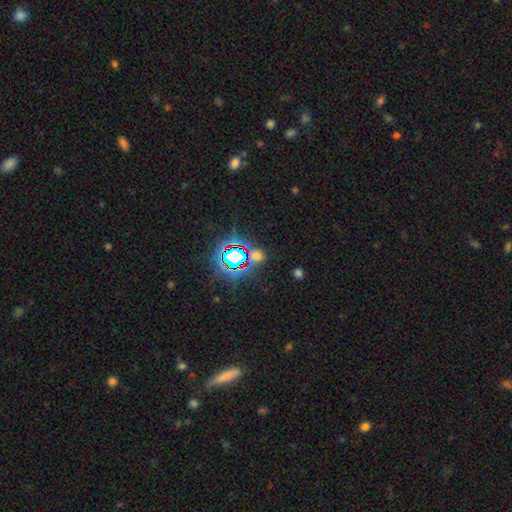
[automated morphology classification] This is likely a star or artifact rather than a galaxy (61%).